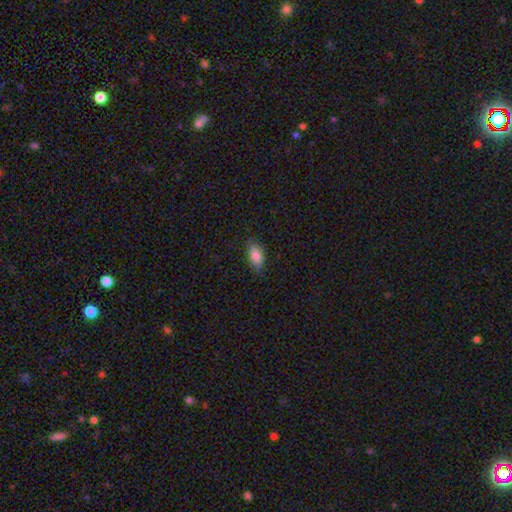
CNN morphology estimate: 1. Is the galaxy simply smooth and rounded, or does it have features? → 84% smooth, 9% featured or disk, 8% star or artifact.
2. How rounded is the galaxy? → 90% in between, 6% cigar-shaped, 4% round.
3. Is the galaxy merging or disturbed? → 79% none, 17% minor disturbance, 3% major disturbance, 1% merger.